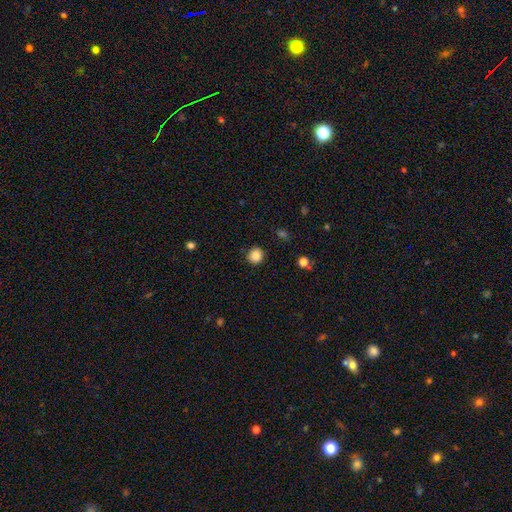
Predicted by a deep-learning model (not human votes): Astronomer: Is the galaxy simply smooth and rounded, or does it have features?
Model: smooth — 87%.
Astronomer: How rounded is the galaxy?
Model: round — 92%.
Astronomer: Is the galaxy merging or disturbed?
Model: none — 88%.